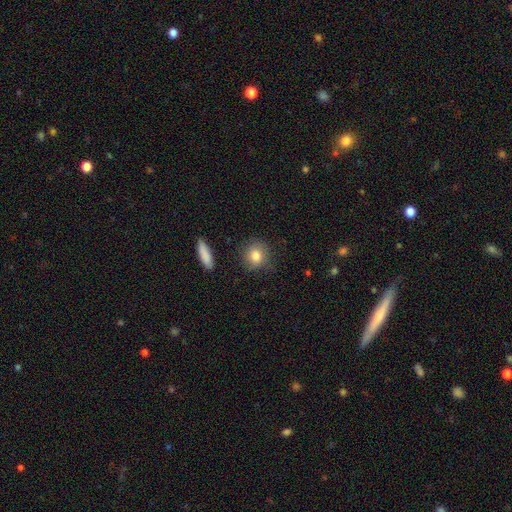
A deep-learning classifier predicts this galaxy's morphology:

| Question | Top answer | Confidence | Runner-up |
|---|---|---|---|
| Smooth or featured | smooth | 83% | featured or disk (8%) |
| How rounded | round | 83% | in between (15%) |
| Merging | none | 83% | minor disturbance (12%) |